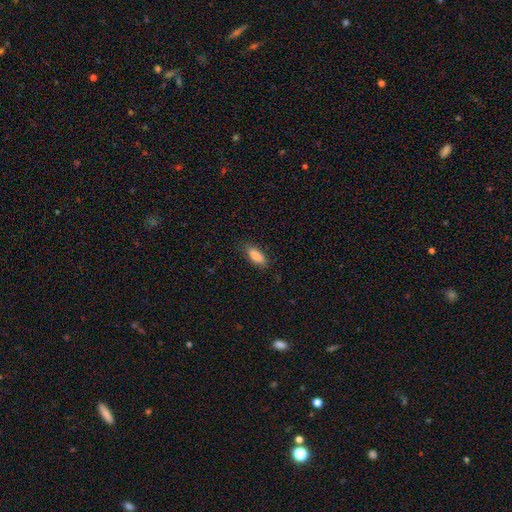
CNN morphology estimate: Smooth or featured?
  - smooth: 86% *
  - featured or disk: 7%
  - star or artifact: 7%
How rounded?
  - in between: 74% *
  - cigar-shaped: 24%
  - round: 2%
Merging?
  - none: 84% *
  - minor disturbance: 13%
  - major disturbance: 3%
  - merger: 1%